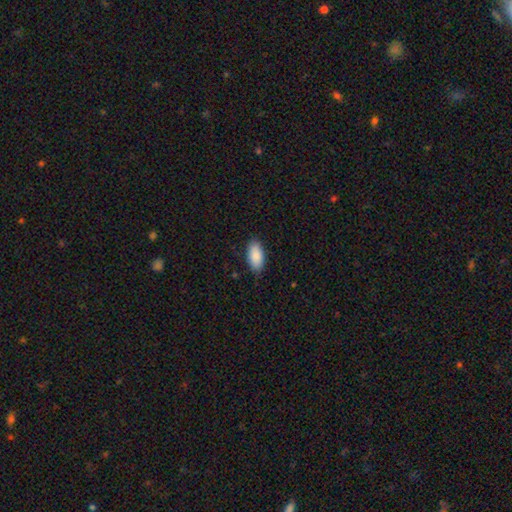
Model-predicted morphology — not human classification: This is clearly a smooth galaxy (89%). How rounded: clearly in between (93%). Merging: clearly none (84%).